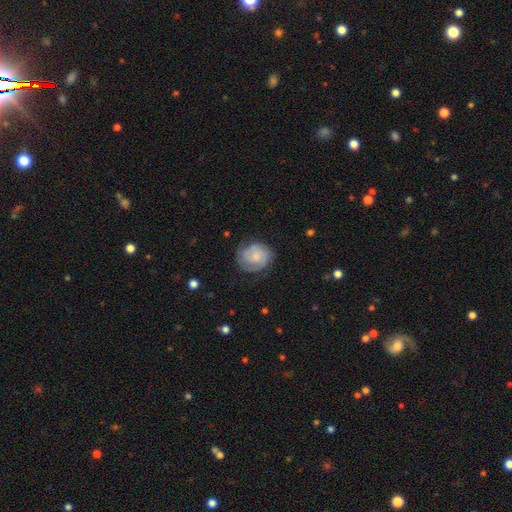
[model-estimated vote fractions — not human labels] Smooth or featured? Predicted: featured or disk (p=0.52). Edge-on disk? Predicted: no (p=0.98). Bar? Predicted: no (p=0.72). Spiral arms? Predicted: yes (p=0.86). Bulge size? Predicted: small (p=0.47). Merging? Predicted: none (p=0.70).